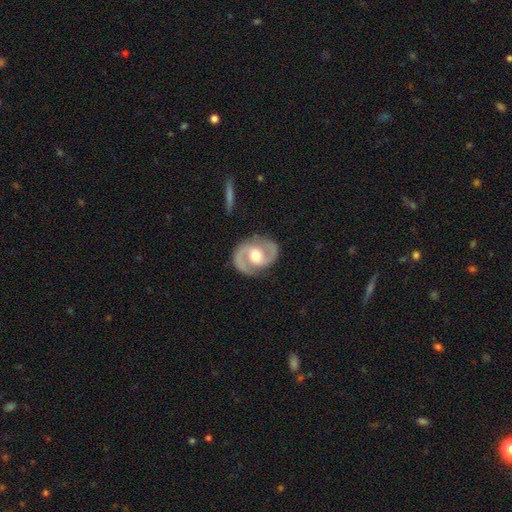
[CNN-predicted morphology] Overall: featured or disk (88%). Edge-on disk: no (98%). Bar: weak (42%, tied with no). Spiral arms: yes (94%). Spiral arm count: 2 (93%). Spiral winding: medium (59%; tight 25%). Bulge size: moderate (76%). Merging: none (85%).